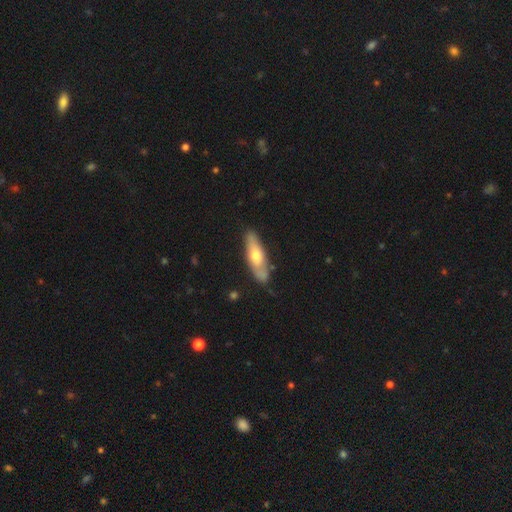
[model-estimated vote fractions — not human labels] This appears to be a smooth galaxy with no disk features (53%) that is cigar-shaped (54%). Merging: none (78%).